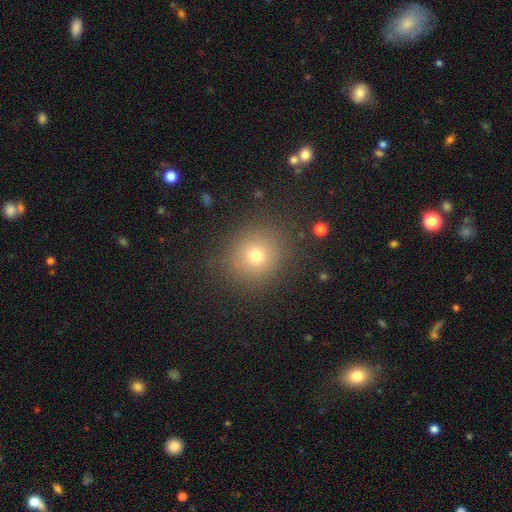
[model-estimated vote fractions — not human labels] A smooth galaxy with no disk features (72%) that is round (87%). Merging: none (87%).